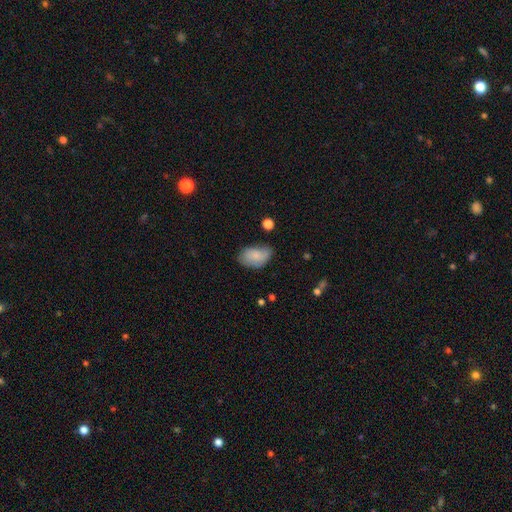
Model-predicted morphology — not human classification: smooth_or_featured: smooth (p=0.74) [alt: featured or disk p=0.19]
how_rounded: in between (p=0.91) [alt: round p=0.08]
merging: none (p=0.56) [alt: minor disturbance p=0.32]